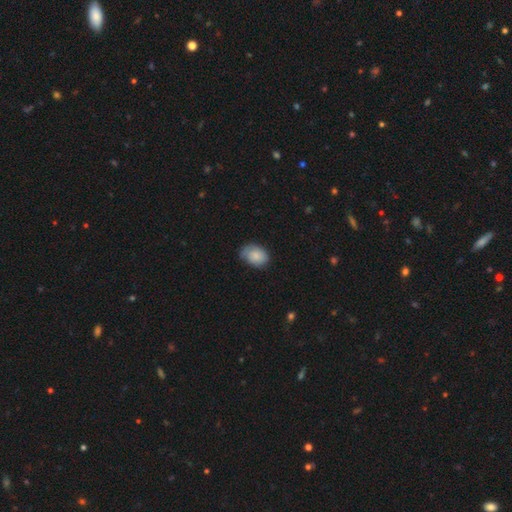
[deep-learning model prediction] This appears to be a smooth galaxy with no disk features (78%) that is in between round and cigar-shaped (76%). Merging: none (60%).